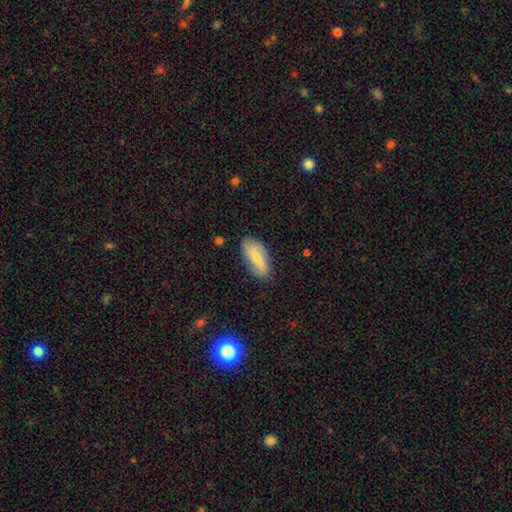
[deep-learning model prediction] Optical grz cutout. It shows a smooth galaxy with no disk features (66%) that is in between round and cigar-shaped (85%). Merging: none (79%).